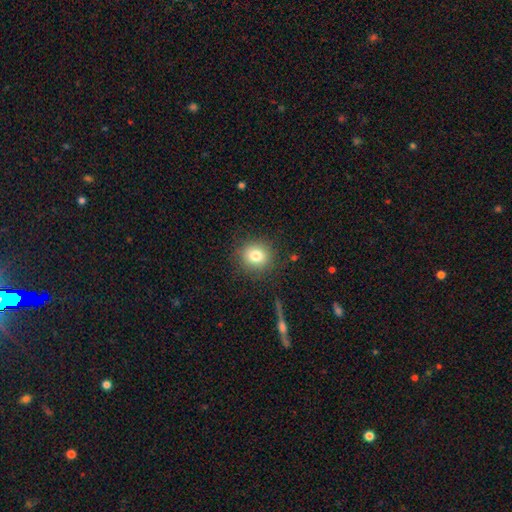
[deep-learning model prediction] Overall: smooth (81%). How rounded: round (84%). Merging: none (87%).